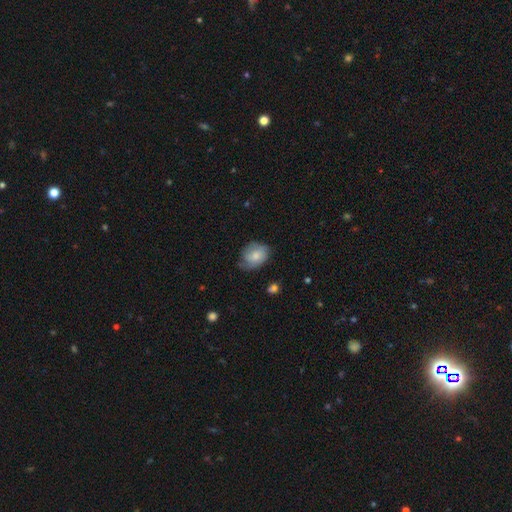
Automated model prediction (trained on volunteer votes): smooth_or_featured: smooth (p=0.66) [alt: featured or disk p=0.27]
how_rounded: in between (p=0.63) [alt: round p=0.36]
merging: none (p=0.54) [alt: minor disturbance p=0.34]